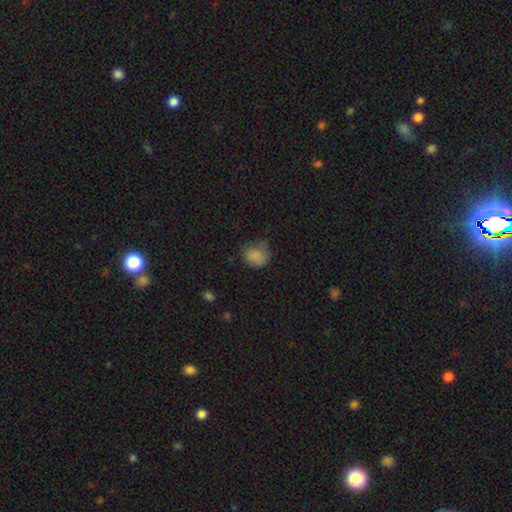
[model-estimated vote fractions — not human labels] Smooth or featured?
  - smooth: 79% *
  - star or artifact: 11%
  - featured or disk: 10%
How rounded?
  - round: 63% *
  - in between: 36%
  - cigar-shaped: 1%
Merging?
  - none: 47% *
  - minor disturbance: 34%
  - major disturbance: 17%
  - merger: 2%